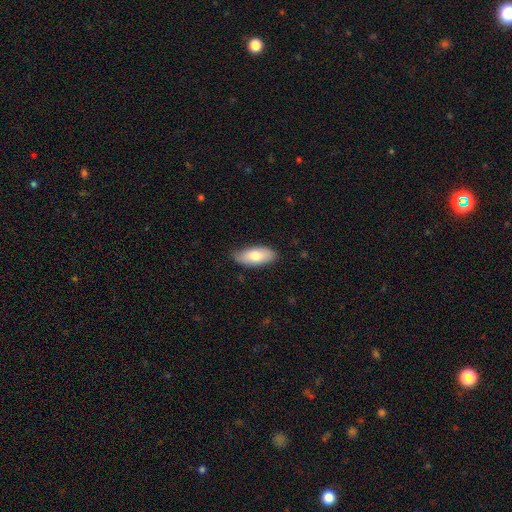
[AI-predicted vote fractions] This appears to be a smooth galaxy with no disk features (77%) that is in between round and cigar-shaped (86%). Merging: none (80%).